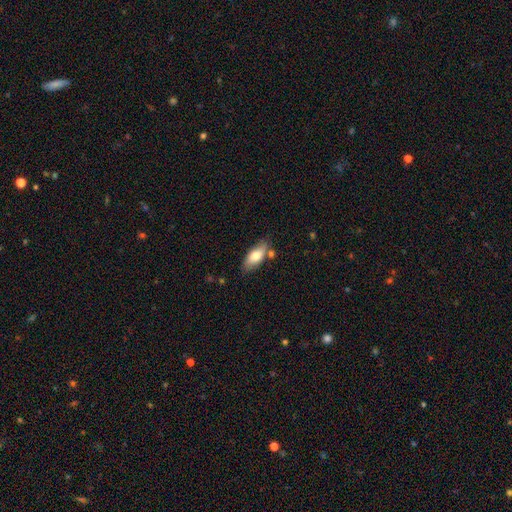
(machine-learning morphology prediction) A smooth galaxy with no disk features (73%) that is in between round and cigar-shaped (83%). Merging: none (72%).